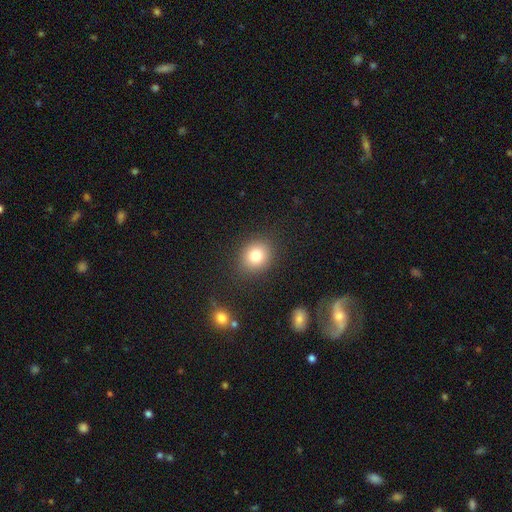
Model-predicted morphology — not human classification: This appears to be a smooth galaxy with no disk features (80%) that is round (69%). Merging: none (86%).